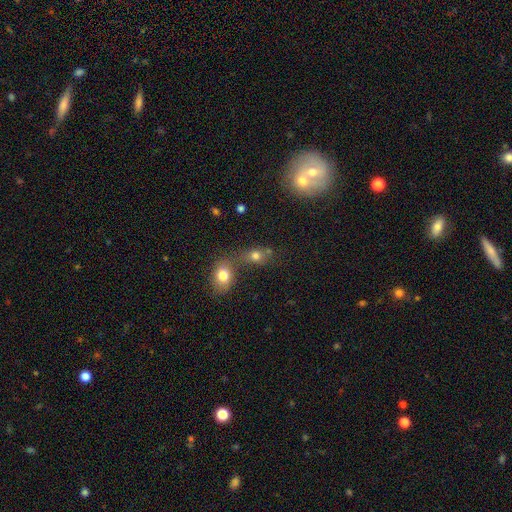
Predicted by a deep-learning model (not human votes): Smooth or featured? Predicted: smooth (p=0.72). How rounded? Predicted: round (p=0.51). Merging? Predicted: merger (p=0.46).